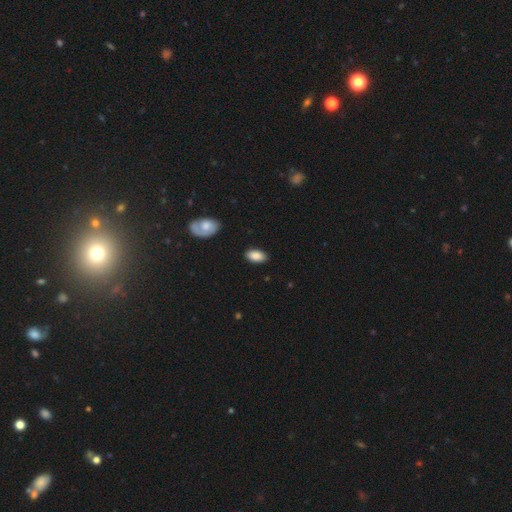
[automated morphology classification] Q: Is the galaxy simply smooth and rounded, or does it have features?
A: smooth — 88%.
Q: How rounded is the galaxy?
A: in between — 94%.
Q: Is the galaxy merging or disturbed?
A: none — 87%.